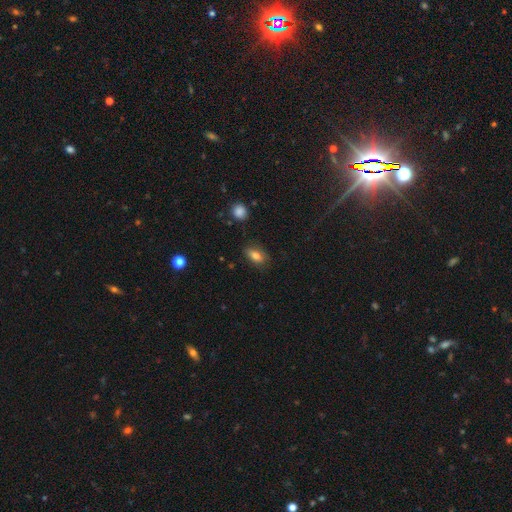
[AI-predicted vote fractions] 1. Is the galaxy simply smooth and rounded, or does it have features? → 78% smooth, 12% featured or disk, 9% star or artifact.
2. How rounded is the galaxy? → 84% in between, 8% round, 8% cigar-shaped.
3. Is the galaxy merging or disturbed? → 77% none, 17% minor disturbance, 4% major disturbance, 2% merger.